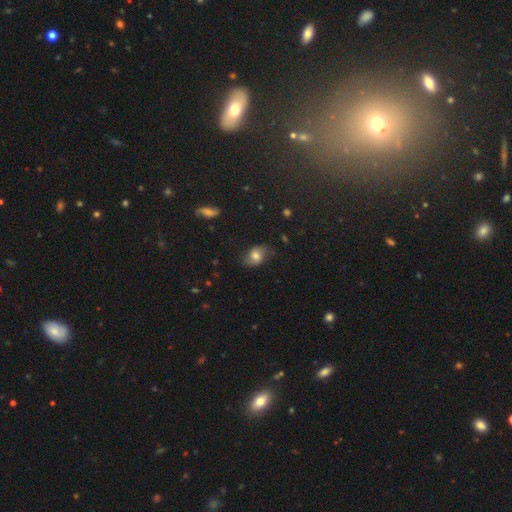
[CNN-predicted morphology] smooth_or_featured: smooth (p=0.67) [alt: featured or disk p=0.23]
how_rounded: in between (p=0.76) [alt: round p=0.22]
merging: none (p=0.69) [alt: minor disturbance p=0.22]